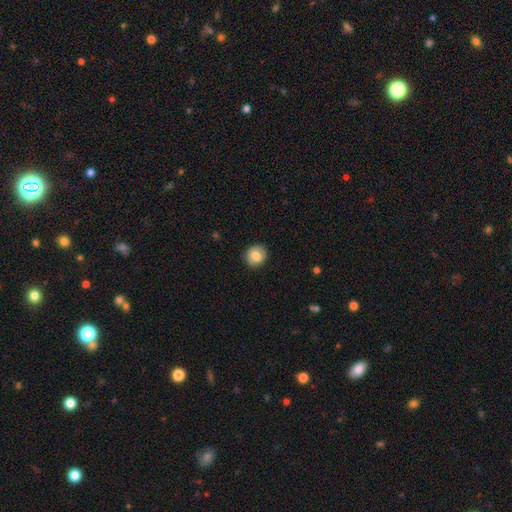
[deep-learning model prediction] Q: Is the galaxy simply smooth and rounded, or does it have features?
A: smooth — 79%.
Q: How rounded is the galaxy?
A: round — 71%.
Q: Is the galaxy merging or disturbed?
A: none — 86%.